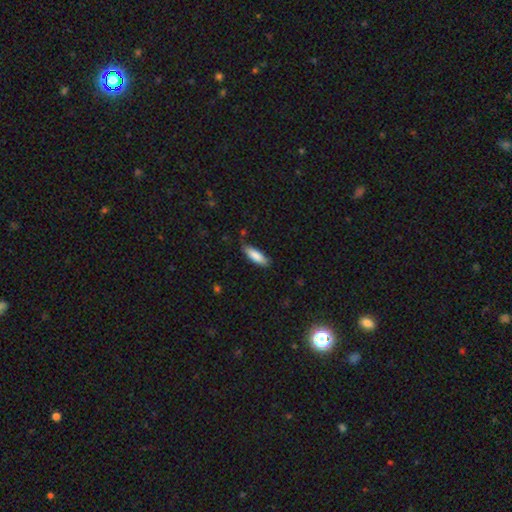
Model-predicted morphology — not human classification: smooth_or_featured: smooth (p=0.85) [alt: featured or disk p=0.09]
how_rounded: in between (p=0.55) [alt: cigar-shaped p=0.43]
merging: none (p=0.74) [alt: minor disturbance p=0.21]